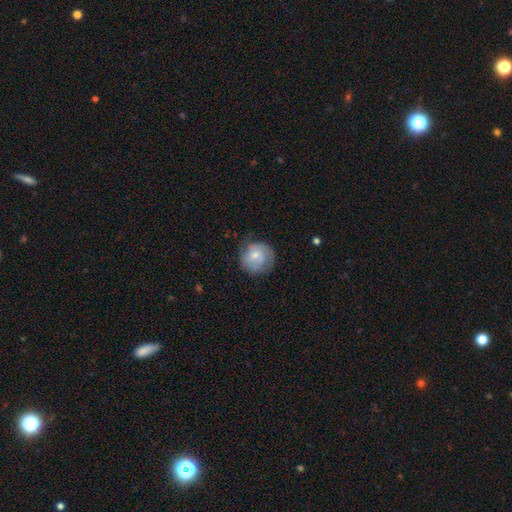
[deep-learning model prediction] Smooth or featured: smooth — 50% (featured or disk — 43%)
How rounded: round — 86% (in between — 13%)
Merging: none — 66% (minor disturbance — 24%)